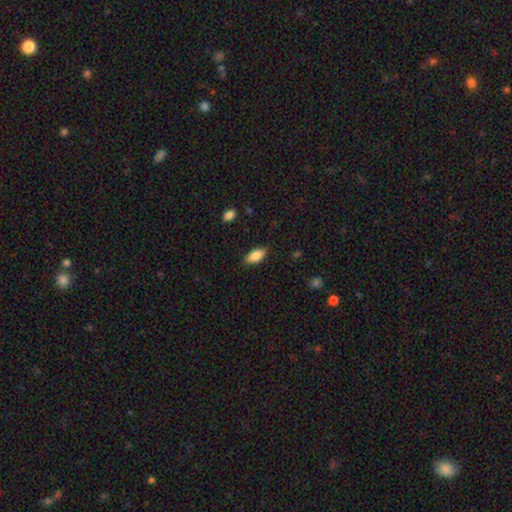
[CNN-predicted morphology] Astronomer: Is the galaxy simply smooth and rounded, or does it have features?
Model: smooth — 86%.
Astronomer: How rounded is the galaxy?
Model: in between — 89%.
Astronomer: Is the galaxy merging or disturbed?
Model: none — 86%.